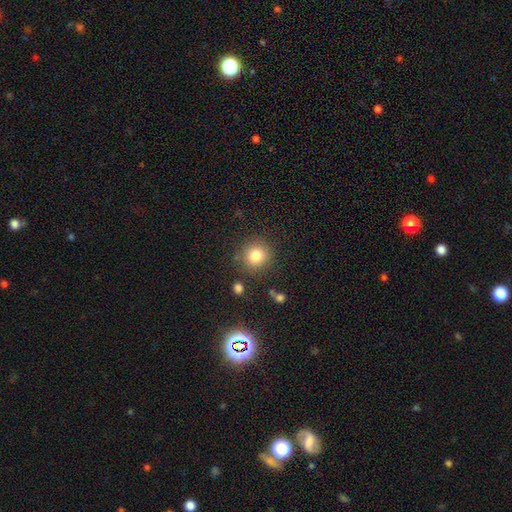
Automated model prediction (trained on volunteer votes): A smooth galaxy with no disk features (81%) that is round (91%).

Vote fractions:
- Smooth or featured? smooth: 81% / star or artifact: 12% / featured or disk: 7%
- How rounded? round: 91% / in between: 8% / cigar-shaped: 1%
- Merging? none: 84% / minor disturbance: 9% / merger: 4% / major disturbance: 3%